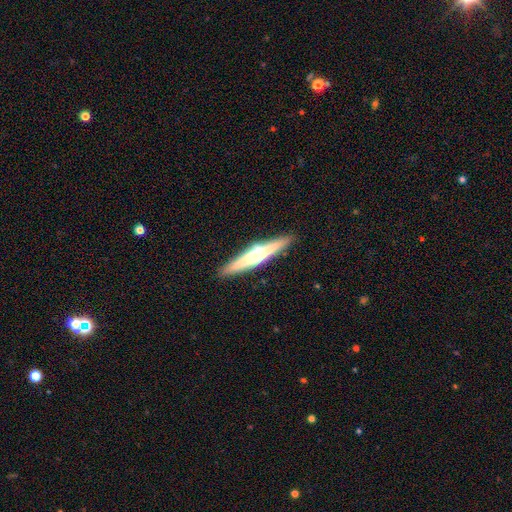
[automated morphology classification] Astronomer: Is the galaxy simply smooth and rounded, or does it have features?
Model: featured or disk — 60%.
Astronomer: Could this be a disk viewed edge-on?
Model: yes — 95%.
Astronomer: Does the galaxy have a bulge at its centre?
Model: rounded — 84%.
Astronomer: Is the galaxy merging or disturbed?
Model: none — 86%.